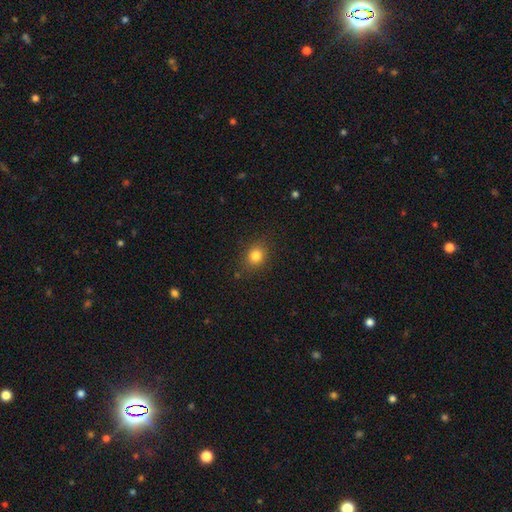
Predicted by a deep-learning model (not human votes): smooth-or-featured: smooth: 82% | star or artifact: 12% | featured or disk: 6%
  how-rounded: round: 67% | in between: 32% | cigar-shaped: 1%
  merging: none: 85% | minor disturbance: 11% | major disturbance: 3% | merger: 1%